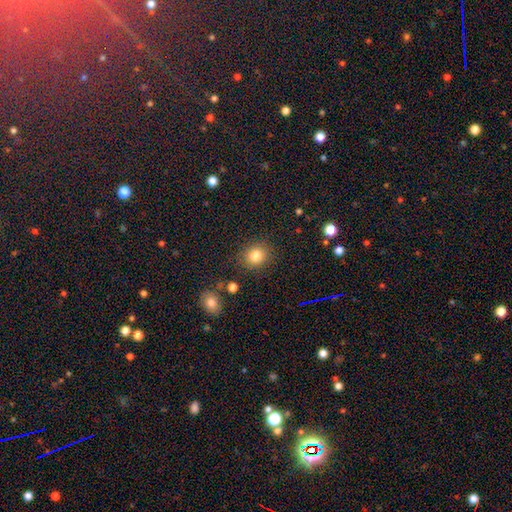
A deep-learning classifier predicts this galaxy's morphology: Smooth or featured?
  - smooth: 82% *
  - star or artifact: 12%
  - featured or disk: 6%
How rounded?
  - round: 77% *
  - in between: 22%
  - cigar-shaped: 1%
Merging?
  - none: 86% *
  - minor disturbance: 8%
  - major disturbance: 3%
  - merger: 2%